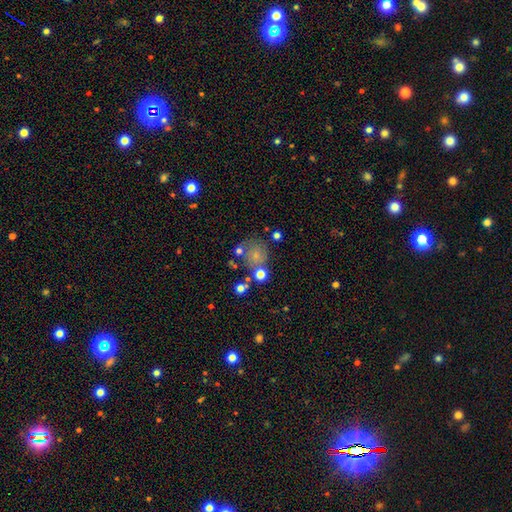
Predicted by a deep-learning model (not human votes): A smooth galaxy with no disk features (66%) that is round (80%).

Vote fractions:
- Smooth or featured? smooth: 66% / featured or disk: 18% / star or artifact: 16%
- How rounded? round: 80% / in between: 19% / cigar-shaped: 1%
- Merging? none: 59% / minor disturbance: 17% / merger: 15% / major disturbance: 9%